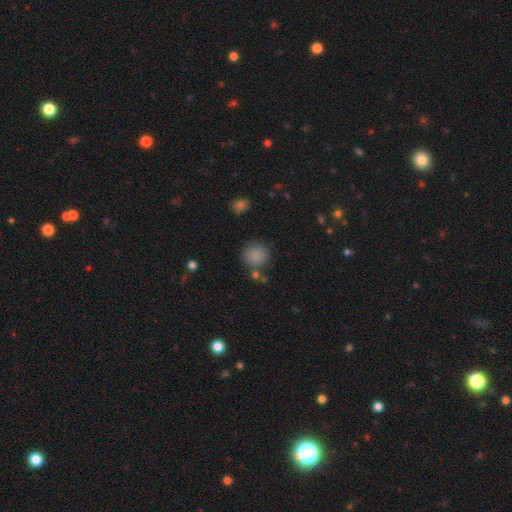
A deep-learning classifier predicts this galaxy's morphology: smooth-or-featured: smooth: 85% | star or artifact: 11% | featured or disk: 4%
  how-rounded: round: 91% | in between: 8% | cigar-shaped: 1%
  merging: none: 76% | minor disturbance: 12% | merger: 8% | major disturbance: 4%